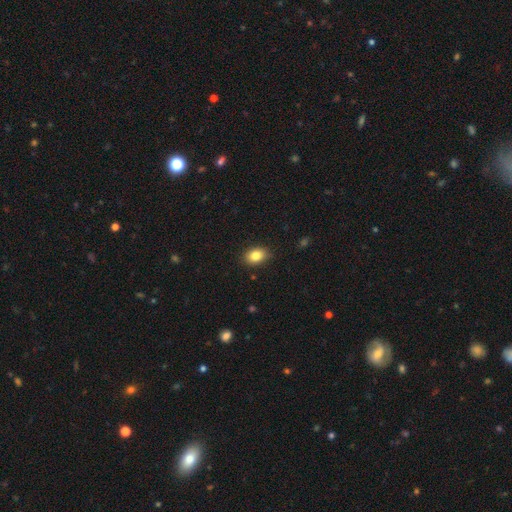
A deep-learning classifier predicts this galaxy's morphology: This appears to be a smooth galaxy with no disk features (85%) that is in between round and cigar-shaped (77%). Merging: none (86%).